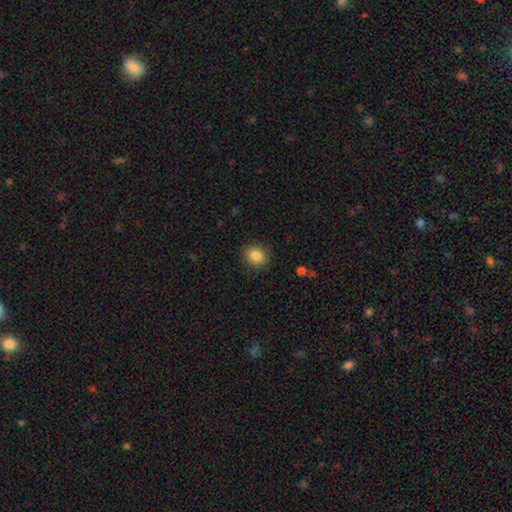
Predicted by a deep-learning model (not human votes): This is clearly a smooth galaxy (86%). How rounded: likely round (68%). Merging: clearly none (89%).